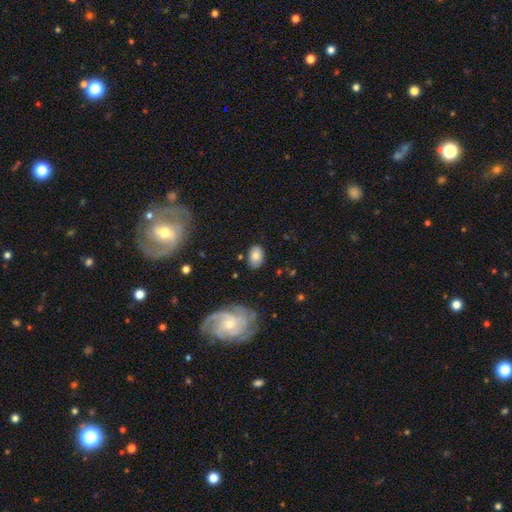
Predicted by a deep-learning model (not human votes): A smooth galaxy with no disk features (76%) that is in between round and cigar-shaped (85%). Merging: none (80%).